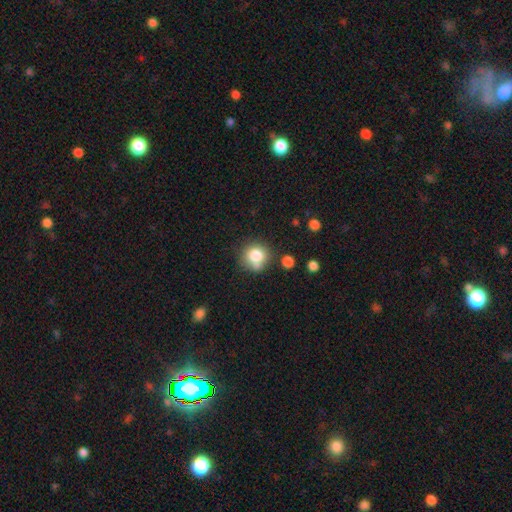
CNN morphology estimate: Smooth or featured?
  - smooth: 79% *
  - star or artifact: 11%
  - featured or disk: 10%
How rounded?
  - round: 85% *
  - in between: 14%
  - cigar-shaped: 1%
Merging?
  - none: 59% *
  - merger: 18%
  - minor disturbance: 17%
  - major disturbance: 6%